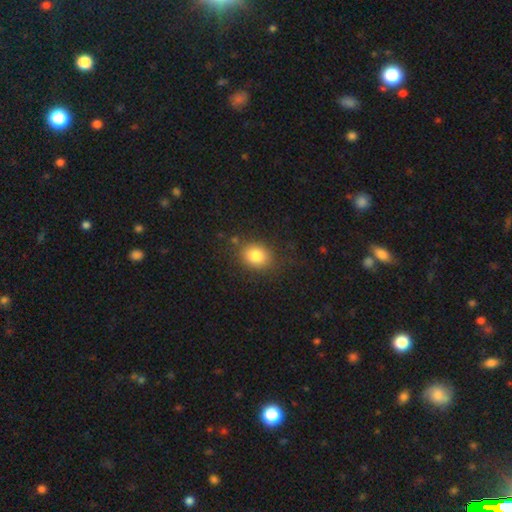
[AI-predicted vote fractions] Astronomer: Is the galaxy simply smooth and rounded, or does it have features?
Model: smooth — 82%.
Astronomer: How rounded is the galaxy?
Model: round — 55% (runner-up: in between, 44%).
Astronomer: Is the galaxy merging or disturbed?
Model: none — 81%.